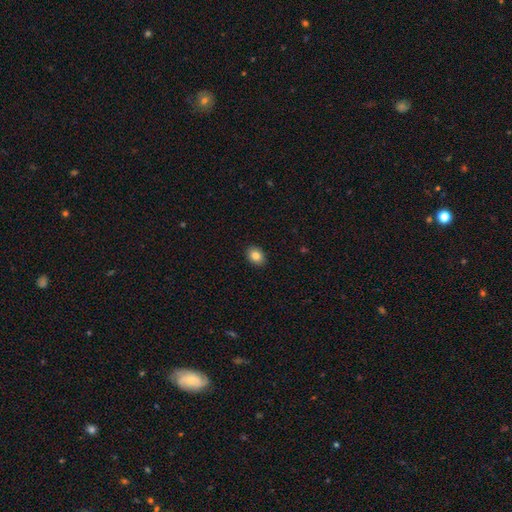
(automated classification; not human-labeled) A smooth galaxy with no disk features (85%) that is in between round and cigar-shaped (68%). Merging: none (90%).